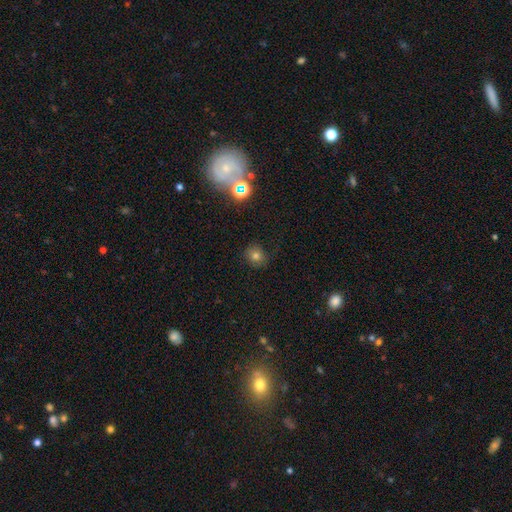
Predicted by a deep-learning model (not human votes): smooth_or_featured: smooth (p=0.73) [alt: star or artifact p=0.18]
how_rounded: round (p=0.78) [alt: in between p=0.21]
merging: none (p=0.80) [alt: minor disturbance p=0.15]